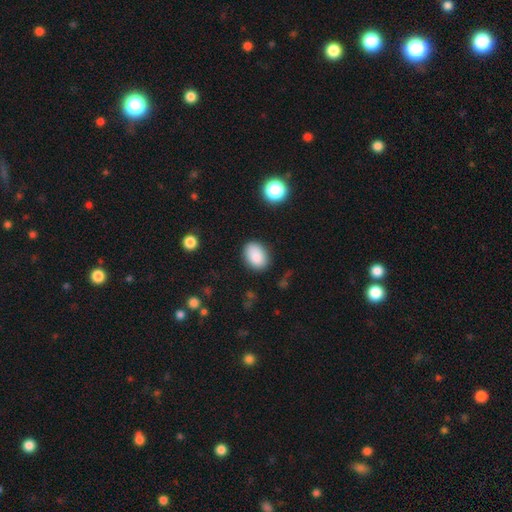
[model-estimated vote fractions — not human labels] smooth_or_featured: smooth (p=0.87) [alt: star or artifact p=0.08]
how_rounded: in between (p=0.80) [alt: round p=0.19]
merging: none (p=0.84) [alt: minor disturbance p=0.12]